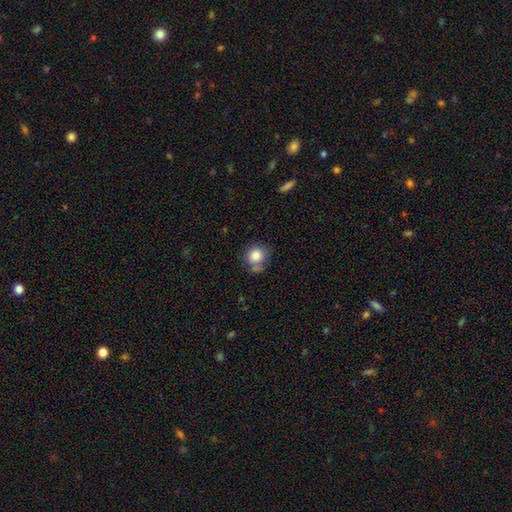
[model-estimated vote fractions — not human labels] smooth-or-featured: smooth: 84% | star or artifact: 9% | featured or disk: 7%
  how-rounded: round: 83% | in between: 16% | cigar-shaped: 1%
  merging: none: 60% | minor disturbance: 19% | merger: 15% | major disturbance: 6%